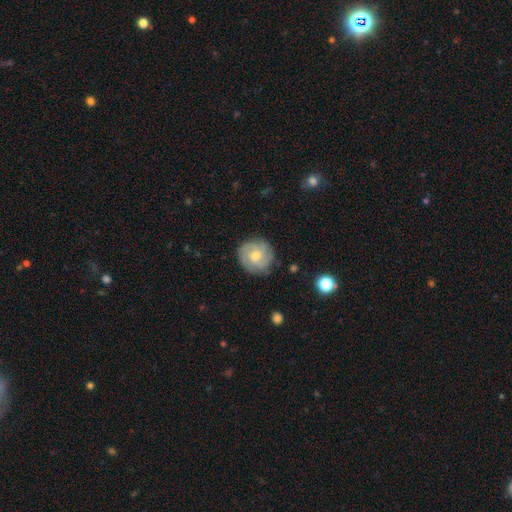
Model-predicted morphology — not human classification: featured or disk 60%, smooth 33%, star or artifact 7%. Down the decision tree: edge-on disk — no (98%); bar — no (69%); spiral arms — yes (89%); spiral arm count — 3 (32%); spiral winding — tight (54%); bulge size — moderate (60%); merging — none (83%).